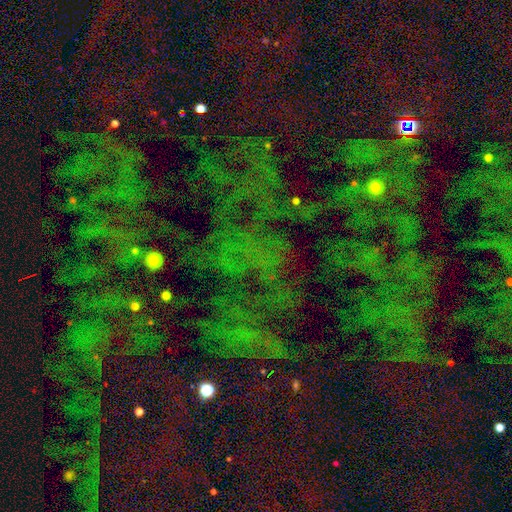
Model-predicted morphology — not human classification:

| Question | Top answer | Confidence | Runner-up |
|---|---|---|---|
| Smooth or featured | star or artifact | 80% | smooth (12%) |